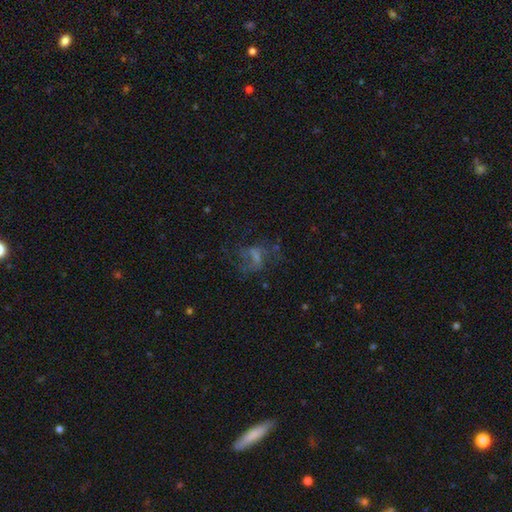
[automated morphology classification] This is possibly a featured or disk galaxy (49%). Merging: possibly none (47%).